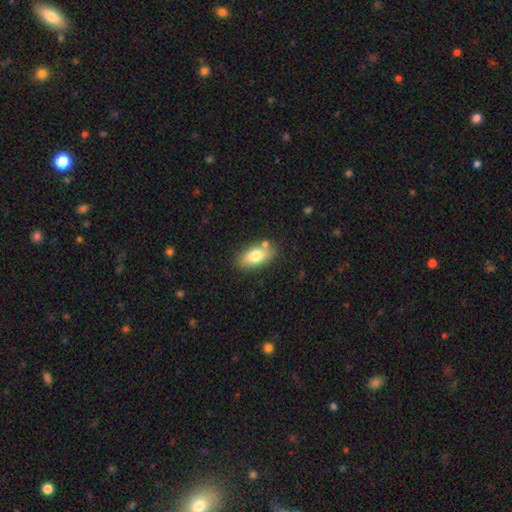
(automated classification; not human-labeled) Smooth or featured? smooth (76%)
How rounded? in between (89%)
Merging? none (75%)